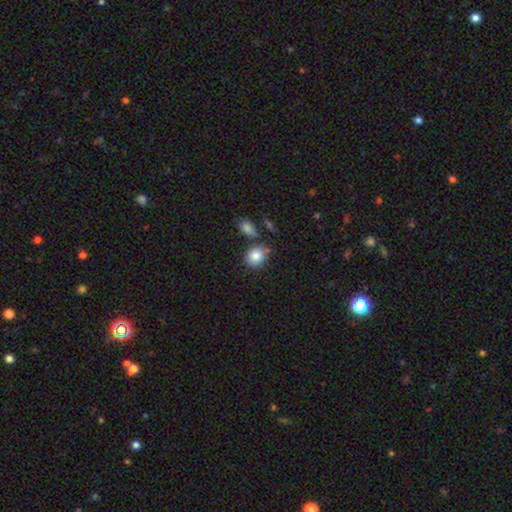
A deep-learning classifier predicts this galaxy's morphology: A smooth galaxy with no disk features (84%) that is round (63%).

Vote fractions:
- Smooth or featured? smooth: 84% / star or artifact: 8% / featured or disk: 8%
- How rounded? round: 63% / in between: 36% / cigar-shaped: 1%
- Merging? none: 70% / minor disturbance: 14% / merger: 13% / major disturbance: 4%